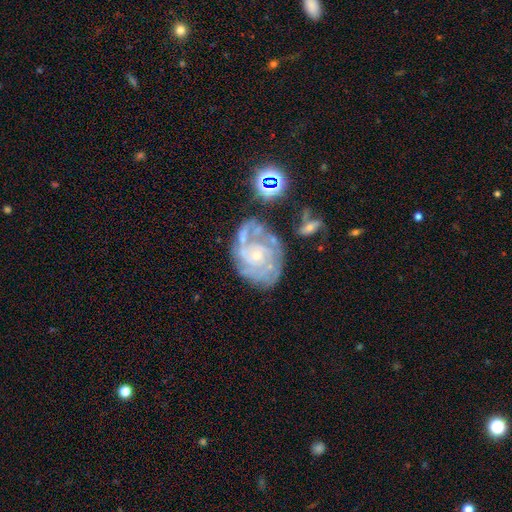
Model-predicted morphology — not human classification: This is clearly a featured or disk galaxy (83%). It is clearly not viewed edge-on (98%). Bar: likely no (74%). Spiral arm pattern: clearly yes (92%). Spiral arm count: marginally can't tell (35%). Spiral winding: likely tight (62%). Central bulge: likely small (75%). Merging: possibly none (52%).